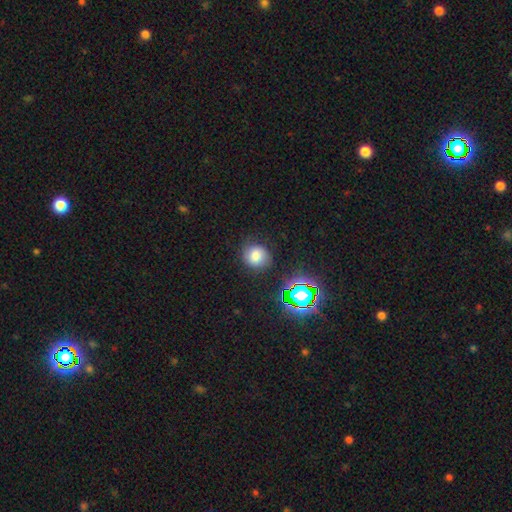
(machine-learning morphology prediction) smooth-or-featured: smooth: 73% | star or artifact: 16% | featured or disk: 11%
  how-rounded: round: 80% | in between: 19% | cigar-shaped: 1%
  merging: none: 78% | minor disturbance: 15% | major disturbance: 5% | merger: 2%